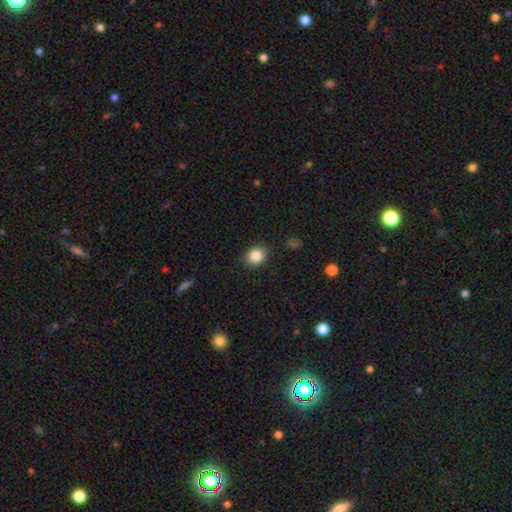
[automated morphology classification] Overall: smooth (86%). How rounded: round (63%; in between 36%). Merging: none (86%).